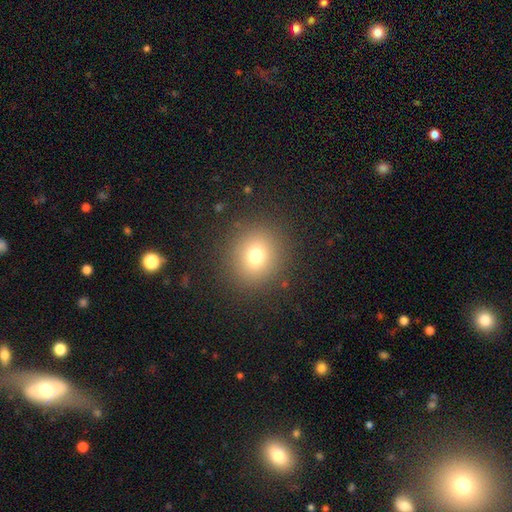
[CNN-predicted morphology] Smooth or featured: smooth — 74% (star or artifact — 16%)
How rounded: round — 88% (in between — 11%)
Merging: none — 88% (minor disturbance — 7%)